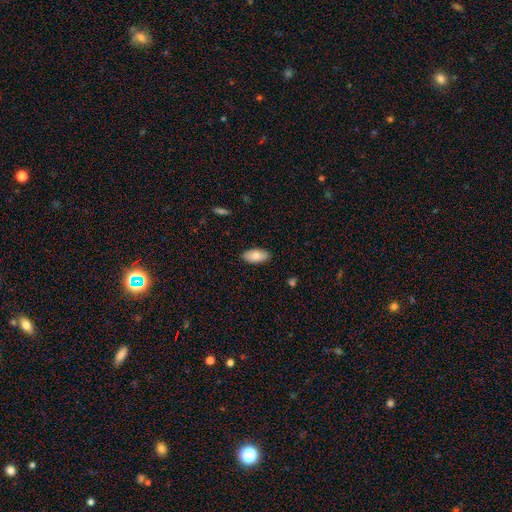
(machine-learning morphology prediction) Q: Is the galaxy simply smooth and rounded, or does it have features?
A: smooth — 84%.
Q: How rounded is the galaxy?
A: in between — 93%.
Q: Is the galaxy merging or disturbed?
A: none — 88%.